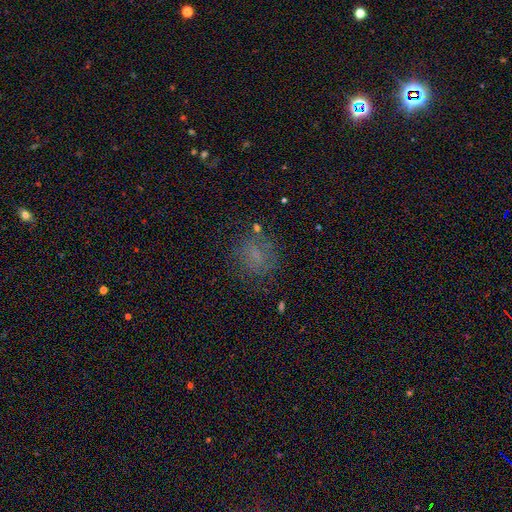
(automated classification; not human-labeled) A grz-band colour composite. It shows a smooth galaxy with no disk features (56%) that is round (69%). Merging: none (72%).